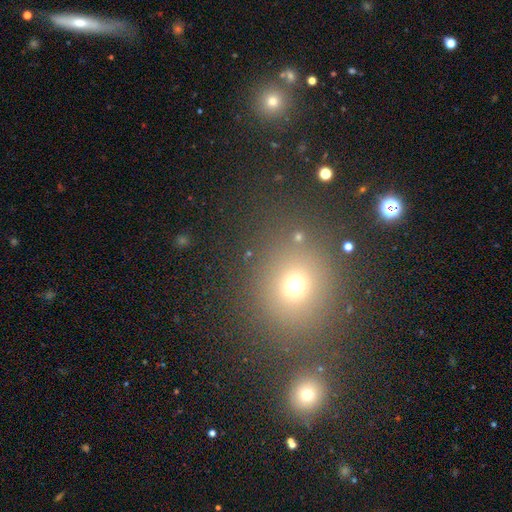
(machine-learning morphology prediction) smooth_or_featured: smooth (p=0.61) [alt: star or artifact p=0.31]
how_rounded: round (p=0.81) [alt: in between p=0.17]
merging: none (p=0.79) [alt: minor disturbance p=0.08]